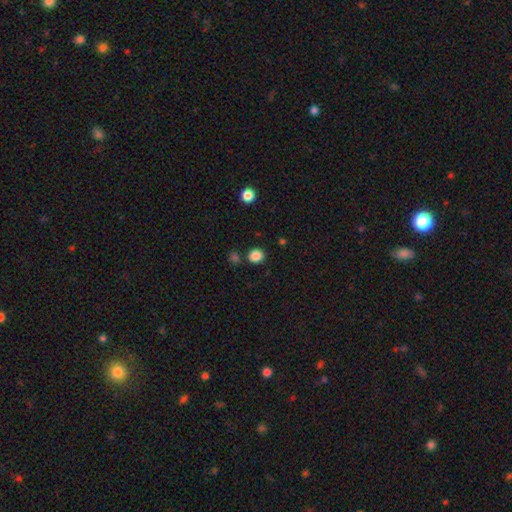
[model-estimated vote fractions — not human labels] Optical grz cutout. It shows a smooth galaxy with no disk features (86%) that is round (86%). Merging: none (84%).